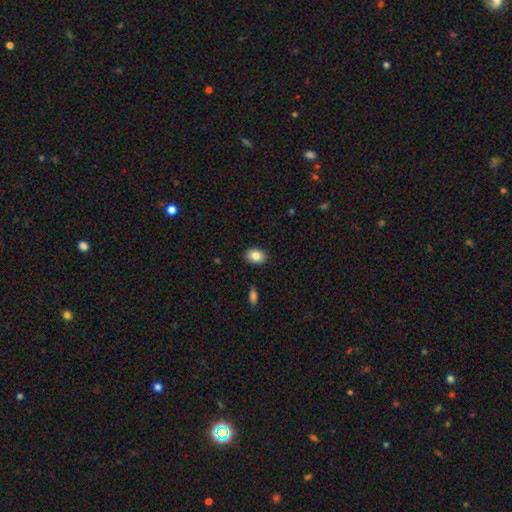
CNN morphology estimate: The model was most divided on "how rounded": in between: 78%, round: 21%, cigar-shaped: 1%. More confident: merging — none (89%); smooth or featured — smooth (84%).